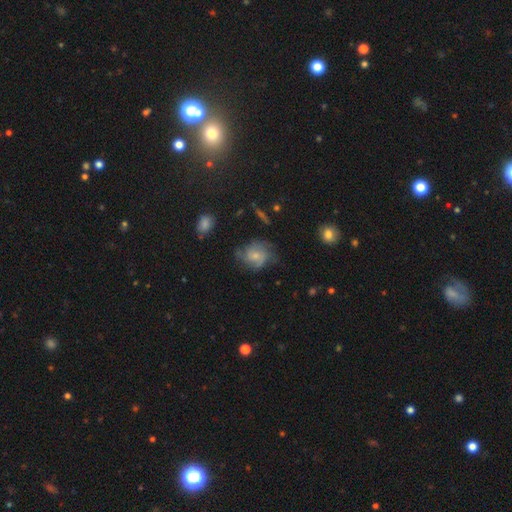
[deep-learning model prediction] Smooth or featured? Predicted: featured or disk (p=0.58). Edge-on disk? Predicted: no (p=0.97). Bar? Predicted: no (p=0.70). Spiral arms? Predicted: yes (p=0.85). Bulge size? Predicted: small (p=0.53). Merging? Predicted: none (p=0.57).